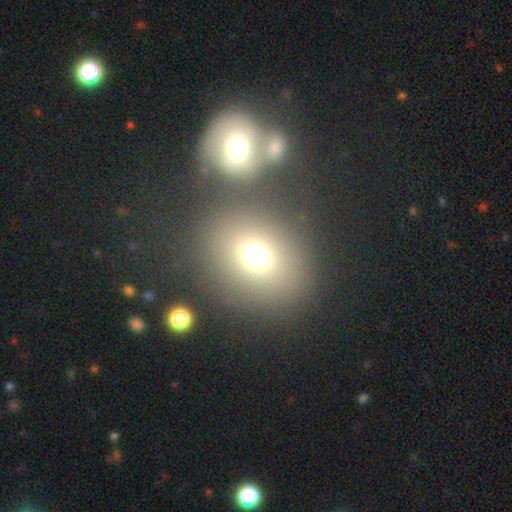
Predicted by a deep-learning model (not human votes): This appears to be a smooth galaxy with no disk features (71%) that is round (70%). Merging: none (65%).